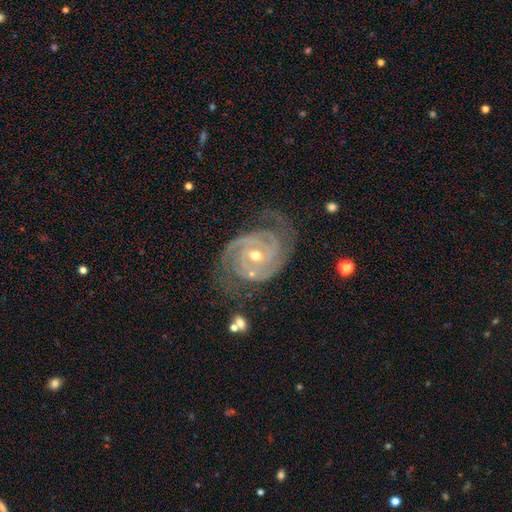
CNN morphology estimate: Overall: featured or disk (92%). Edge-on disk: no (97%). Bar: no (61%; weak 28%). Spiral arms: yes (98%). Spiral arm count: 2 (46%; 3 29%). Spiral winding: tight (75%). Bulge size: moderate (52%; small 45%). Merging: none (66%).